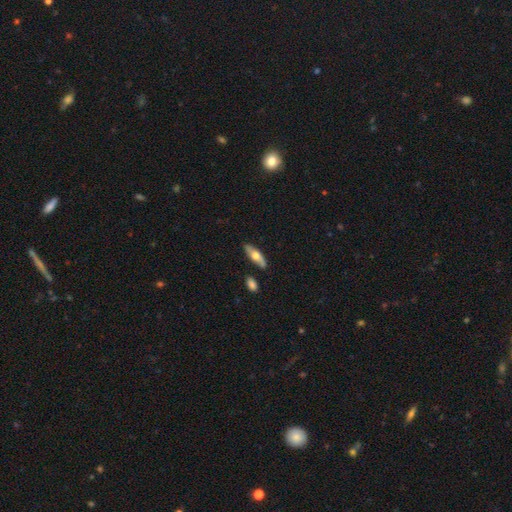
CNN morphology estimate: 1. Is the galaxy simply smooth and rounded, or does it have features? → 54% smooth, 40% featured or disk, 6% star or artifact.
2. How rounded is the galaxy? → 57% in between, 40% cigar-shaped, 3% round.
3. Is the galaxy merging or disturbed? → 82% none, 12% minor disturbance, 4% merger, 2% major disturbance.